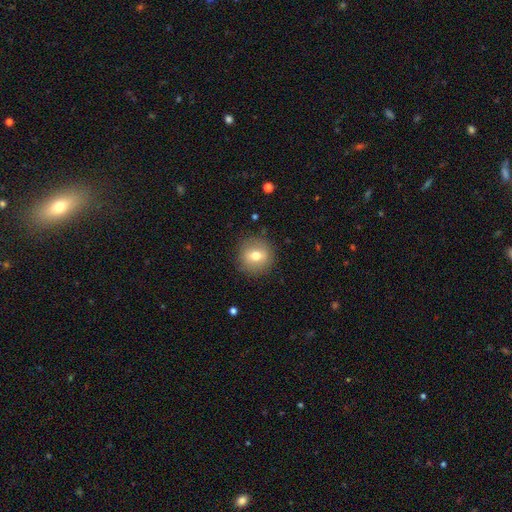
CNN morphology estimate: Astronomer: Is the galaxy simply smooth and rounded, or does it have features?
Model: smooth — 69%.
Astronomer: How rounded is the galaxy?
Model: round — 89%.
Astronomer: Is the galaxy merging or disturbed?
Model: none — 87%.